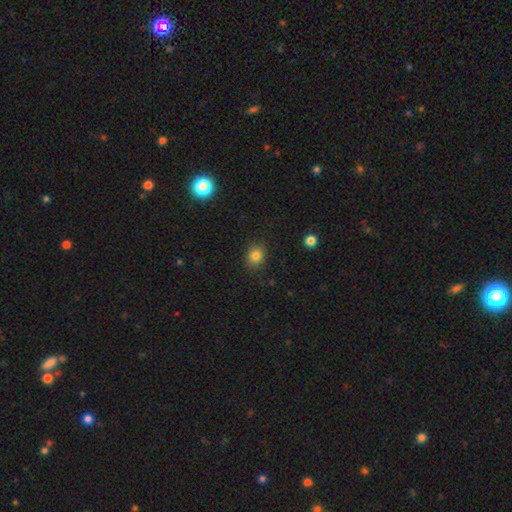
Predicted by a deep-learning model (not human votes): smooth_or_featured: smooth (p=0.82) [alt: star or artifact p=0.12]
how_rounded: round (p=0.74) [alt: in between p=0.25]
merging: none (p=0.87) [alt: minor disturbance p=0.09]